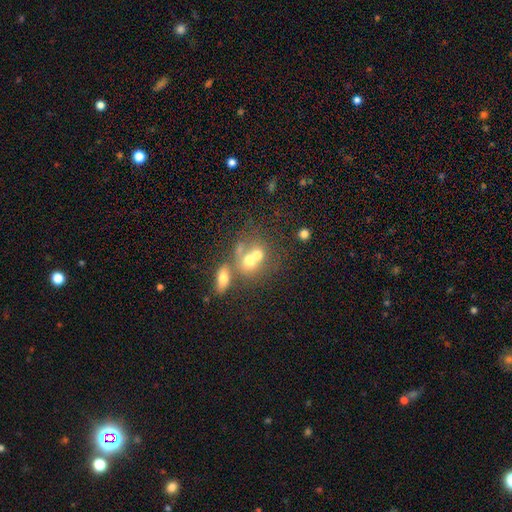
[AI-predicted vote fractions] This is possibly a smooth galaxy (56%). How rounded: likely round (63%). Merging: possibly merger (56%).